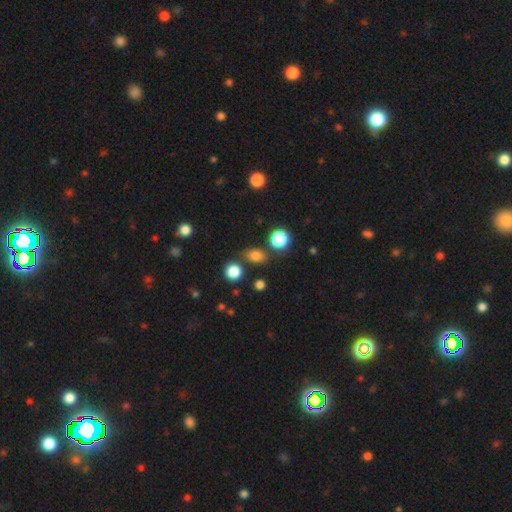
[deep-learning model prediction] smooth_or_featured: smooth (p=0.78) [alt: star or artifact p=0.16]
how_rounded: in between (p=0.52) [alt: round p=0.45]
merging: none (p=0.78) [alt: minor disturbance p=0.12]